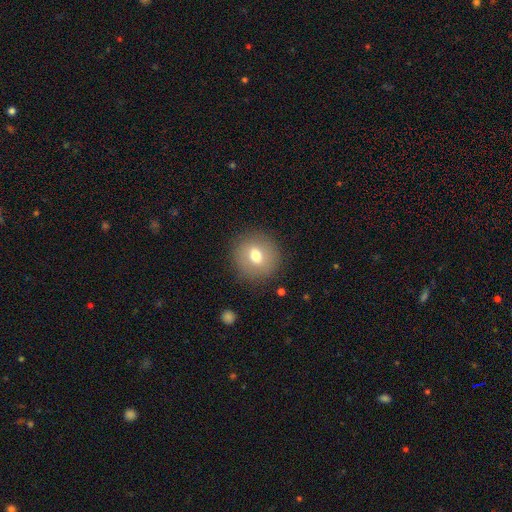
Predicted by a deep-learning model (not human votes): smooth-or-featured: smooth: 70% | featured or disk: 20% | star or artifact: 10%
  how-rounded: round: 88% | in between: 11% | cigar-shaped: 1%
  merging: none: 87% | minor disturbance: 8% | major disturbance: 4% | merger: 1%